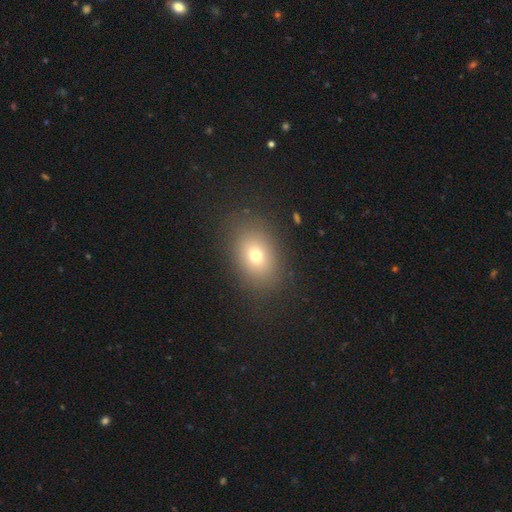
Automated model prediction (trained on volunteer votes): smooth 72%, star or artifact 15%, featured or disk 14%. Down the decision tree: how rounded — in between (66%); merging — none (84%).